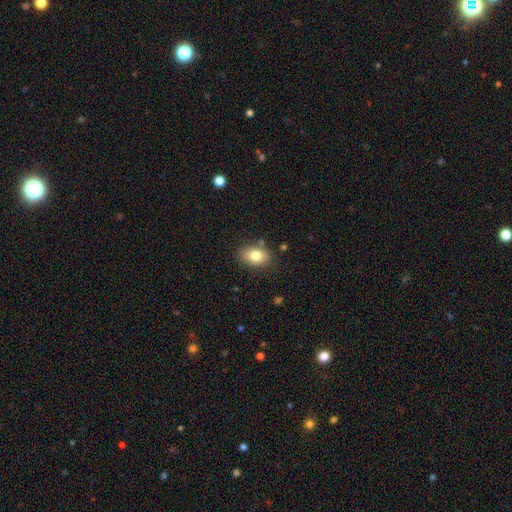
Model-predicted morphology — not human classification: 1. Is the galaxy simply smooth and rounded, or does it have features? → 80% smooth, 11% featured or disk, 9% star or artifact.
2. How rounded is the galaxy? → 80% in between, 19% round, 1% cigar-shaped.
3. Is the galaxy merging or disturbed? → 81% none, 13% minor disturbance, 3% merger, 3% major disturbance.